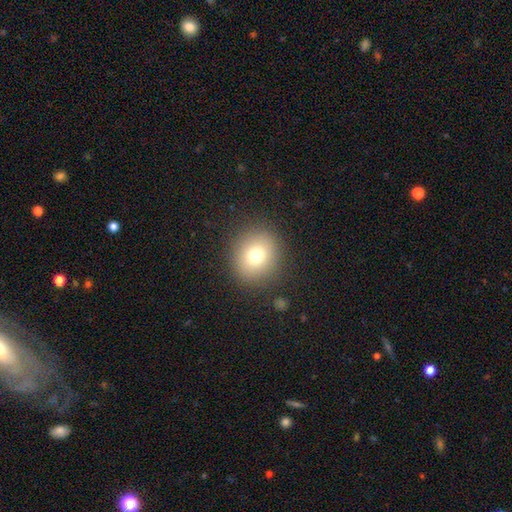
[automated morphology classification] This appears to be a smooth galaxy with no disk features (75%) that is round (84%). Merging: none (88%).